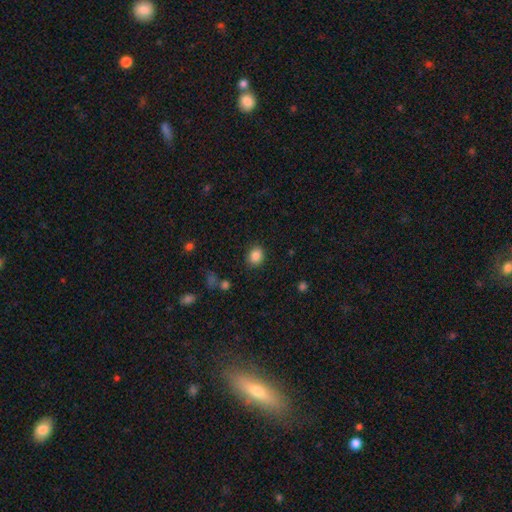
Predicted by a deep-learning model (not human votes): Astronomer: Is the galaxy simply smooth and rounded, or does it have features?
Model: smooth — 86%.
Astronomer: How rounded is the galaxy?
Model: round — 60% (runner-up: in between, 39%).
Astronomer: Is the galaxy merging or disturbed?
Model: none — 87%.